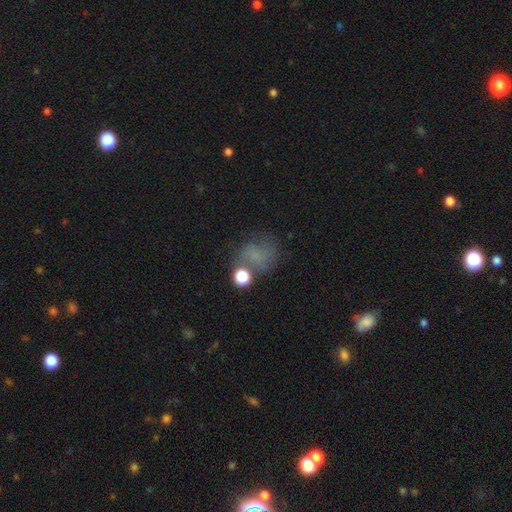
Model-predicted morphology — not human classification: smooth_or_featured: smooth (p=0.51) [alt: featured or disk p=0.25]
how_rounded: round (p=0.66) [alt: in between p=0.33]
merging: none (p=0.49) [alt: minor disturbance p=0.21]